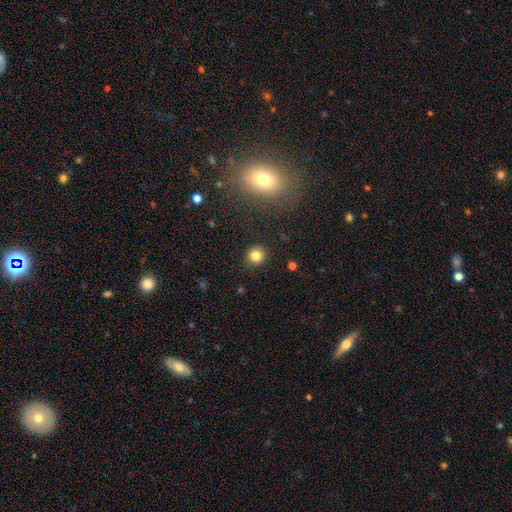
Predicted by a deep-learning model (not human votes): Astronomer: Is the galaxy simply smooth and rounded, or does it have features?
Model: smooth — 82%.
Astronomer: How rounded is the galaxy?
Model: round — 90%.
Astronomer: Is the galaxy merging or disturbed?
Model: none — 91%.